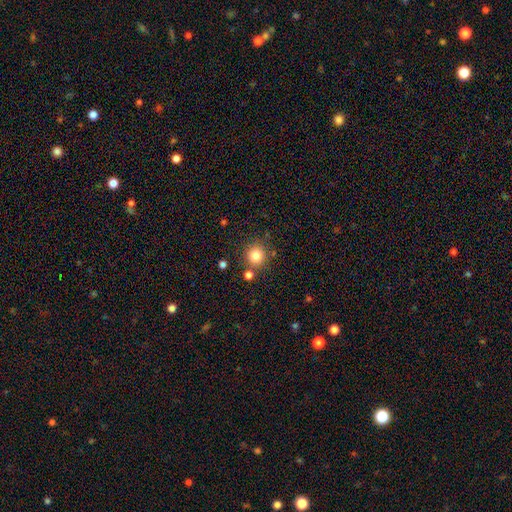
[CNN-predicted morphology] A smooth galaxy with no disk features (82%) that is round (92%). Merging: none (80%).